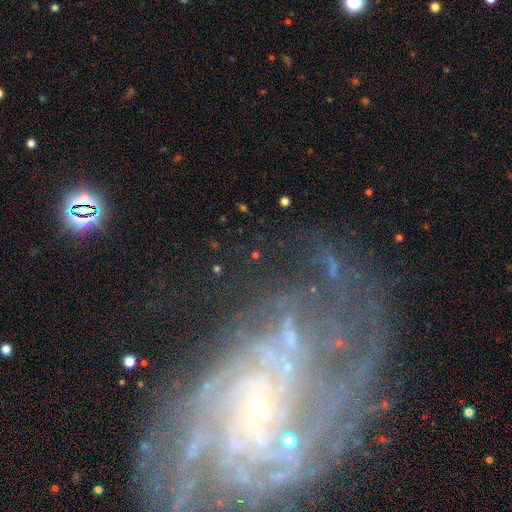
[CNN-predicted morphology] Q: Smooth or featured?
A: featured or disk (51%); runner-up: star or artifact (29%)
Q: Edge-on disk?
A: no (91%); runner-up: yes (9%)
Q: Merging?
A: none (65%); runner-up: minor disturbance (15%)